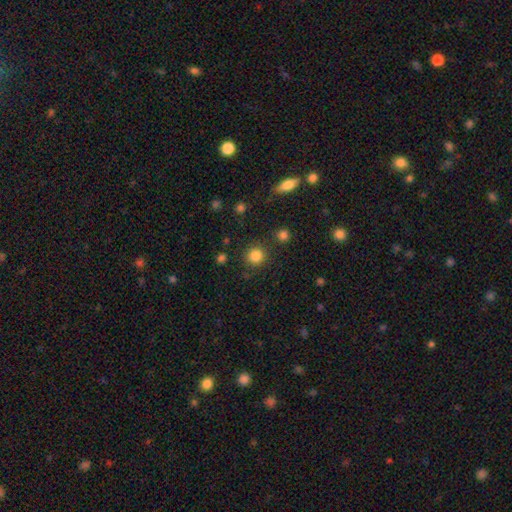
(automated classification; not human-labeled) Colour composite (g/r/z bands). It shows a smooth galaxy with no disk features (83%) that is round (92%). Merging: none (86%).